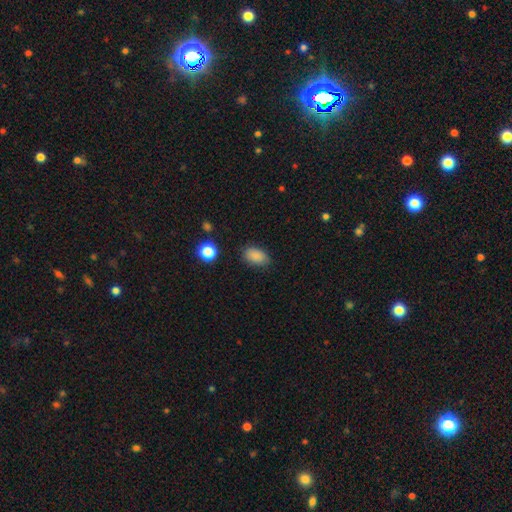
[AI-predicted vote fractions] This is clearly a smooth galaxy (86%). How rounded: clearly in between (87%). Merging: clearly none (82%).